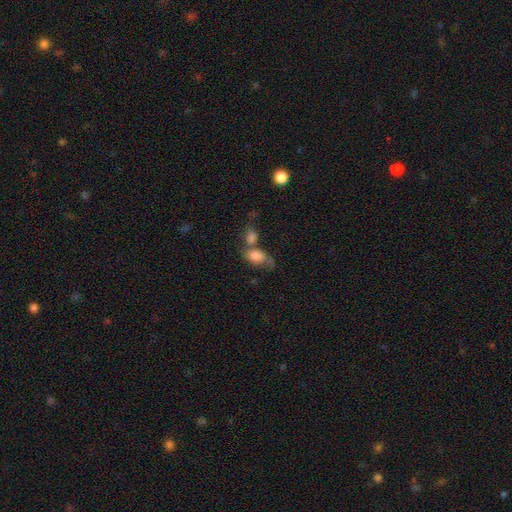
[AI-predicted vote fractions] This appears to be a smooth galaxy with no disk features (78%) that is in between round and cigar-shaped (81%). Merging: merger (49%).